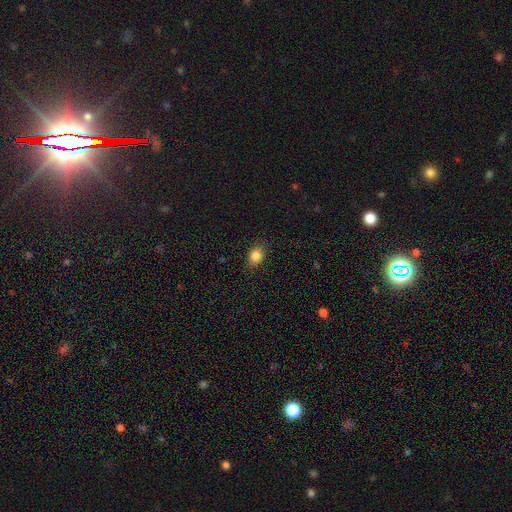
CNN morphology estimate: Q: Smooth or featured?
A: smooth (84%); runner-up: star or artifact (10%)
Q: How rounded?
A: in between (57%); runner-up: round (42%)
Q: Merging?
A: none (85%); runner-up: minor disturbance (11%)